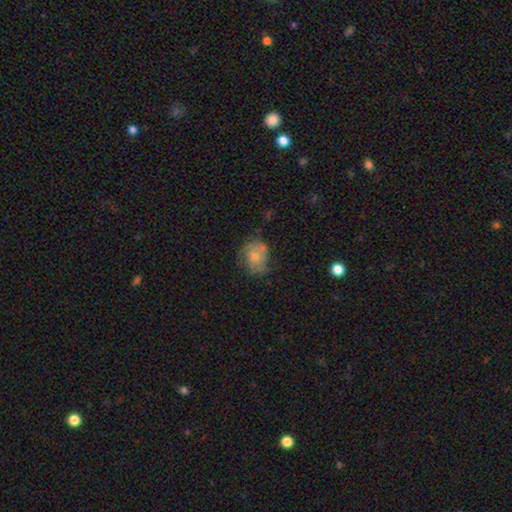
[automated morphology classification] Smooth or featured: smooth — 55% (featured or disk — 37%)
How rounded: round — 55% (in between — 44%)
Merging: none — 46% (minor disturbance — 30%)